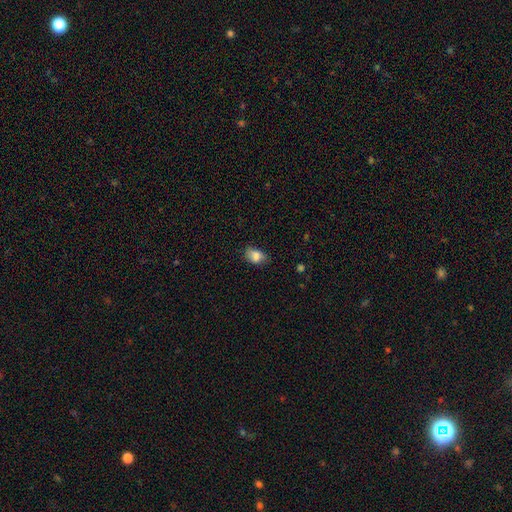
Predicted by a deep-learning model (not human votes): Smooth or featured? Predicted: smooth (p=0.84). How rounded? Predicted: in between (p=0.82). Merging? Predicted: none (p=0.66).